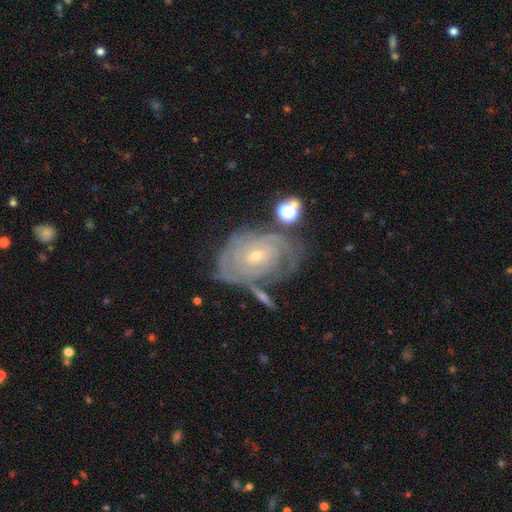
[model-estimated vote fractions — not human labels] Q: Smooth or featured?
A: featured or disk (83%); runner-up: smooth (10%)
Q: Edge-on disk?
A: no (96%); runner-up: yes (4%)
Q: Bar?
A: no (72%); runner-up: weak (23%)
Q: Spiral arms?
A: yes (92%); runner-up: no (8%)
Q: Spiral winding?
A: tight (78%); runner-up: medium (18%)
Q: Spiral arm count?
A: can't tell (44%); runner-up: 2 (22%)
Q: Bulge size?
A: small (74%); runner-up: moderate (23%)
Q: Merging?
A: none (60%); runner-up: minor disturbance (21%)